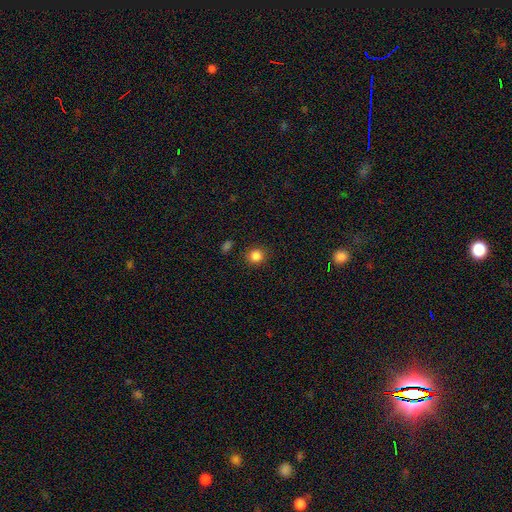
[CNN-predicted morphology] Smooth or featured? smooth (85%)
How rounded? round (87%)
Merging? none (88%)